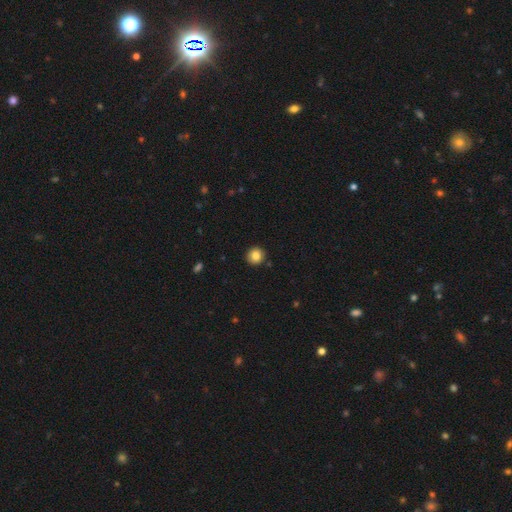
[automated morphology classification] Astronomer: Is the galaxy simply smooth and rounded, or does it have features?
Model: smooth — 85%.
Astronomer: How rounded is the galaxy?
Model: round — 92%.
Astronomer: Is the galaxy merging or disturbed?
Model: none — 91%.